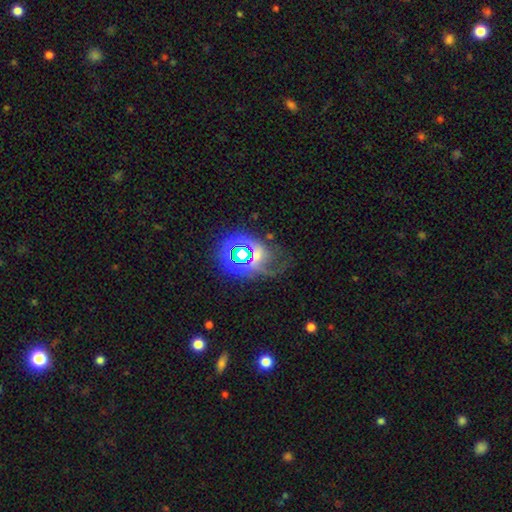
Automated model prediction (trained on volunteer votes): A star or artifact, not a galaxy (49%).

Vote fractions:
- Smooth or featured? star or artifact: 49% / featured or disk: 28% / smooth: 23%